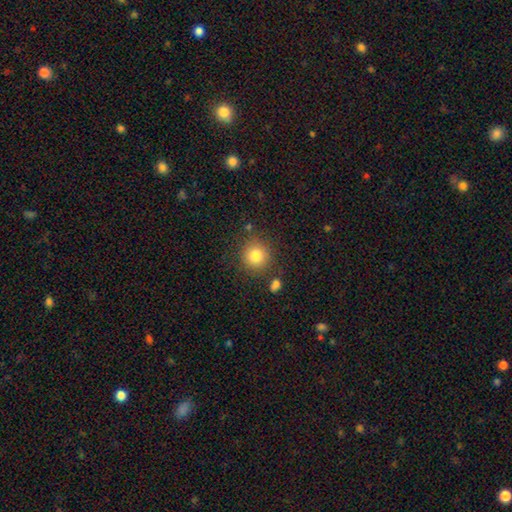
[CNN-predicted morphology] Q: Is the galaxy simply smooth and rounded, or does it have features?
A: smooth — 82%.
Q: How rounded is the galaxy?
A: round — 92%.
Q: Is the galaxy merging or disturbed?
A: none — 82%.